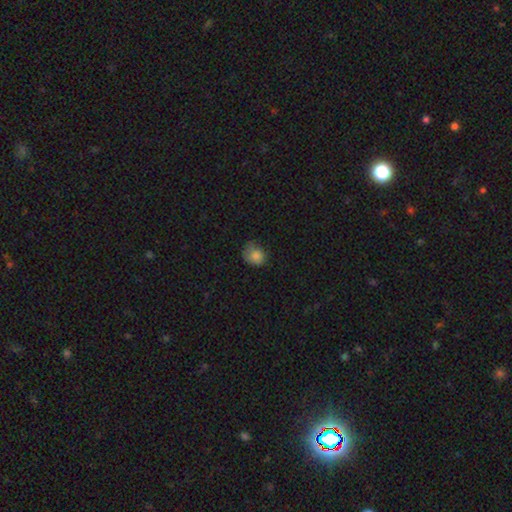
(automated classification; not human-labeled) Smooth or featured: smooth — 82% (star or artifact — 10%)
How rounded: round — 67% (in between — 33%)
Merging: none — 50% (minor disturbance — 36%)